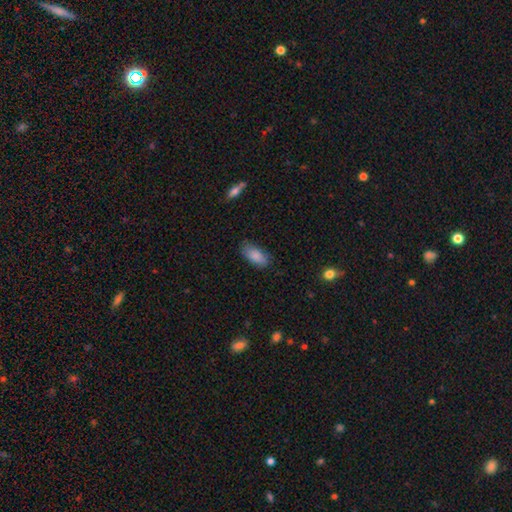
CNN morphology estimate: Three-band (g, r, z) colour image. It shows a smooth galaxy with no disk features (86%) that is in between round and cigar-shaped (89%). Merging: none (77%).